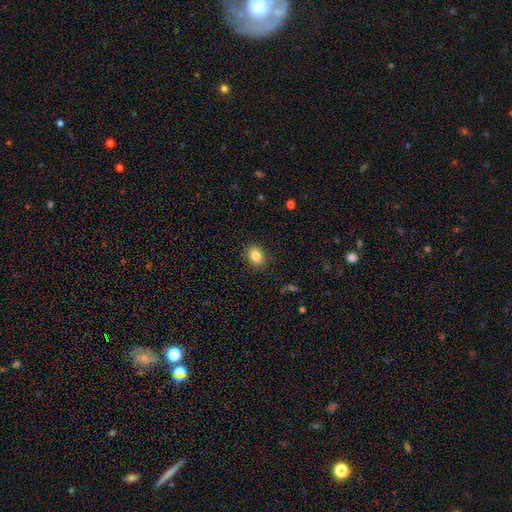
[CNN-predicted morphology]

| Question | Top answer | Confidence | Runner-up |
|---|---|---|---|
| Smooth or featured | smooth | 84% | star or artifact (9%) |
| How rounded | in between | 66% | round (33%) |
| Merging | none | 88% | minor disturbance (9%) |